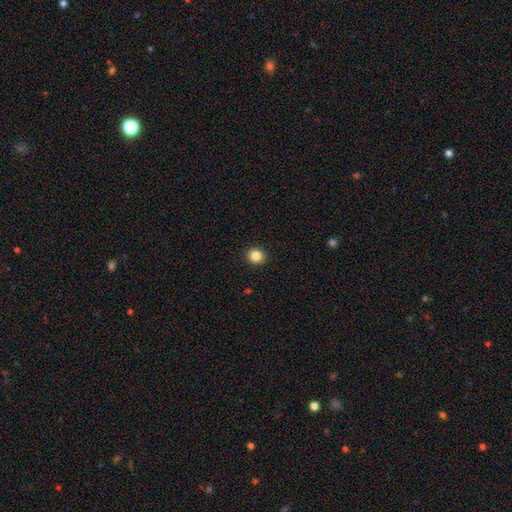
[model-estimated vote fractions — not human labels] smooth 85%, star or artifact 11%, featured or disk 5%. Down the decision tree: how rounded — round (77%); merging — none (92%).